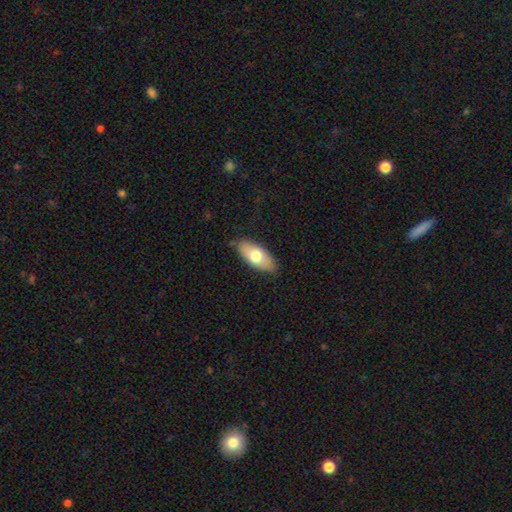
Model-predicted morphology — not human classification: Smooth or featured? Predicted: smooth (p=0.68). How rounded? Predicted: in between (p=0.87). Merging? Predicted: none (p=0.83).